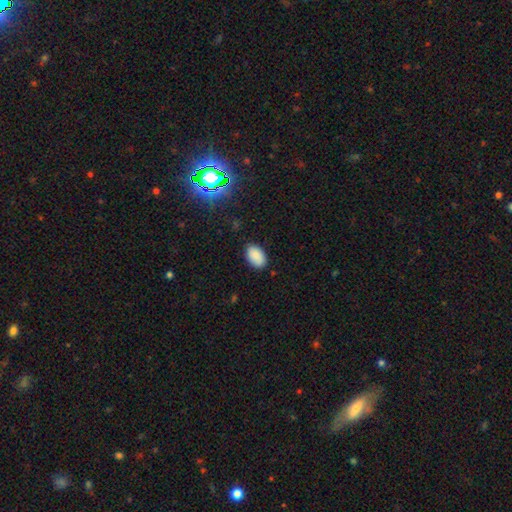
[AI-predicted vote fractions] Smooth or featured? smooth (88%)
How rounded? in between (92%)
Merging? none (85%)